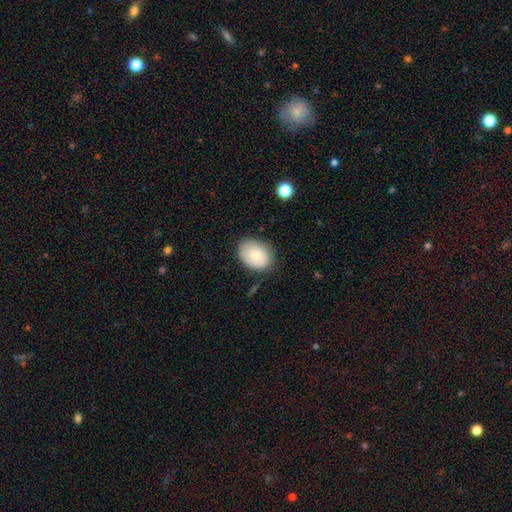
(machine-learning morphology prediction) Smooth or featured?
  - smooth: 80% *
  - featured or disk: 13%
  - star or artifact: 7%
How rounded?
  - in between: 66% *
  - round: 33%
  - cigar-shaped: 1%
Merging?
  - none: 78% *
  - minor disturbance: 17%
  - major disturbance: 4%
  - merger: 2%